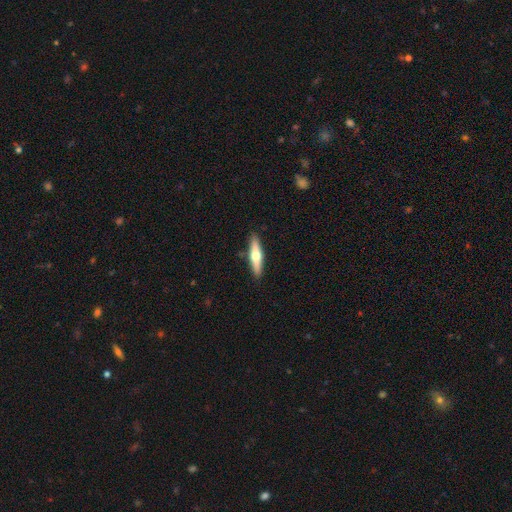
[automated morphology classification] A featured or disk galaxy (48%).

Vote fractions:
- Smooth or featured? featured or disk: 48% / smooth: 46% / star or artifact: 5%
- Merging? none: 89% / minor disturbance: 8% / major disturbance: 2% / merger: 1%